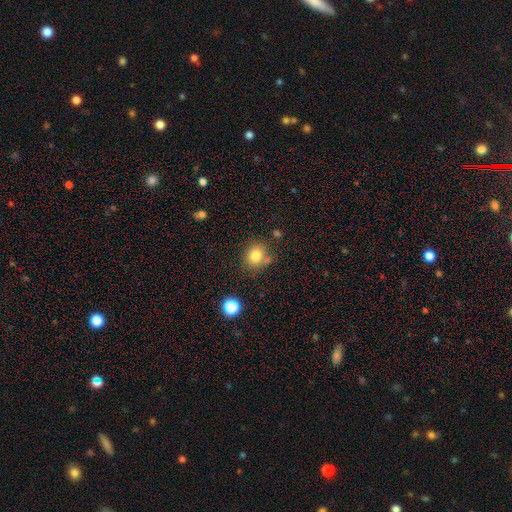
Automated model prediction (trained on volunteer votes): Smooth or featured: smooth — 80% (star or artifact — 12%)
How rounded: round — 71% (in between — 28%)
Merging: none — 70% (minor disturbance — 15%)